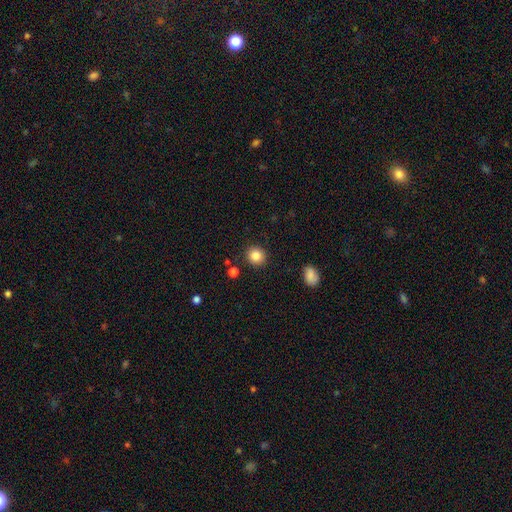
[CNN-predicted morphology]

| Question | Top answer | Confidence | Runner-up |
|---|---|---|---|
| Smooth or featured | smooth | 85% | star or artifact (10%) |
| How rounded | round | 87% | in between (12%) |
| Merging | none | 89% | minor disturbance (7%) |